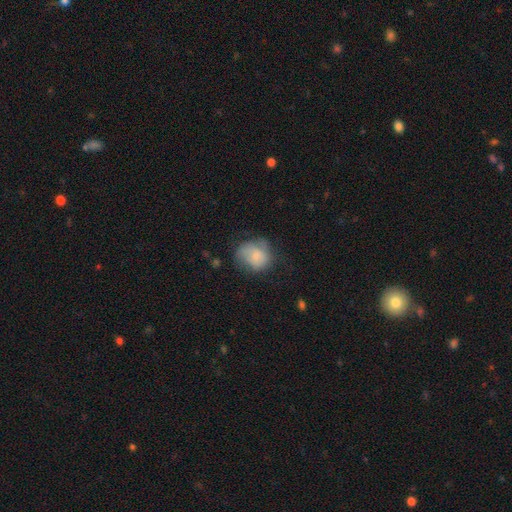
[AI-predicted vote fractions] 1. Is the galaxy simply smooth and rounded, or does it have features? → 70% smooth, 22% featured or disk, 8% star or artifact.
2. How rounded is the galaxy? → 64% round, 35% in between, 1% cigar-shaped.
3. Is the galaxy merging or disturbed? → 44% none, 33% minor disturbance, 20% major disturbance, 3% merger.